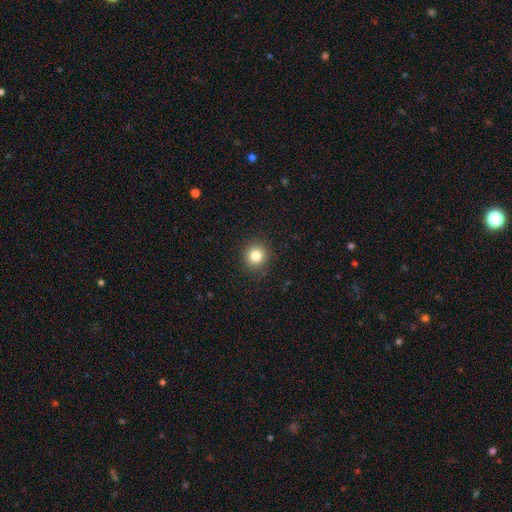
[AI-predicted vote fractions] Smooth or featured? Predicted: smooth (p=0.83). How rounded? Predicted: round (p=0.92). Merging? Predicted: none (p=0.91).